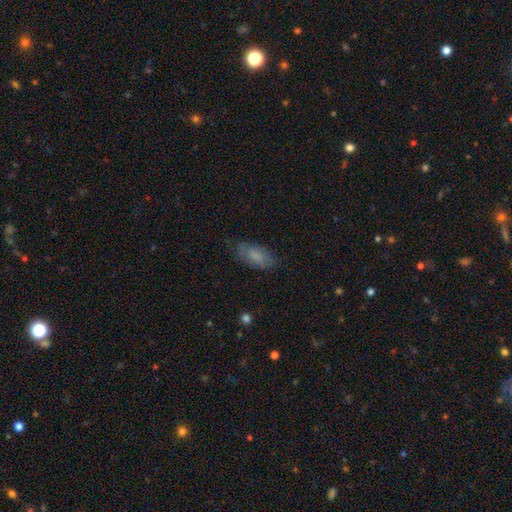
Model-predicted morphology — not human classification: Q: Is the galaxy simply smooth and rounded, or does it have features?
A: smooth — 77%.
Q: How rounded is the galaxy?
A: in between — 86%.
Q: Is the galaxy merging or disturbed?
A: none — 76%.